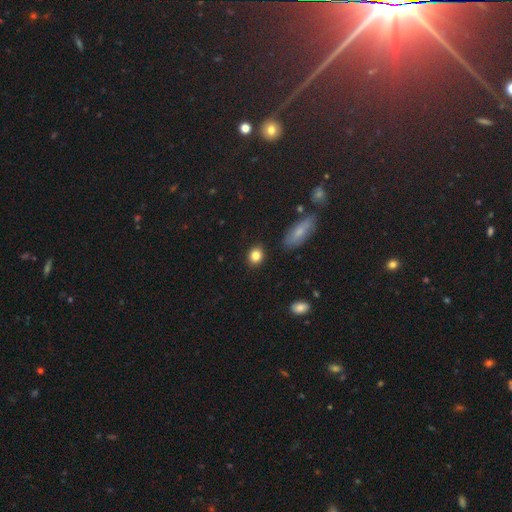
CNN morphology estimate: smooth 84%, star or artifact 10%, featured or disk 7%. Down the decision tree: how rounded — round (61%); merging — none (87%).